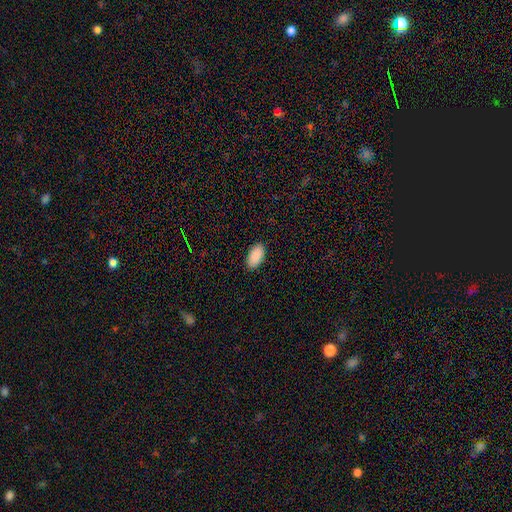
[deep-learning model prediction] Smooth or featured? smooth (91%)
How rounded? in between (95%)
Merging? none (90%)